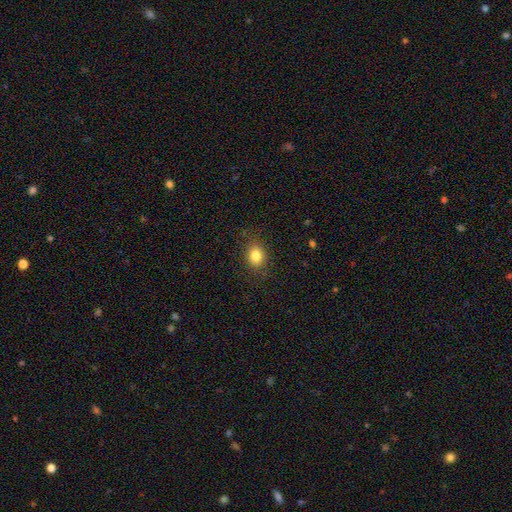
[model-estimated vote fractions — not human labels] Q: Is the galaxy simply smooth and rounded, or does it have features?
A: smooth — 82%.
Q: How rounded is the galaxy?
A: round — 53%.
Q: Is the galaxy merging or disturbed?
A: none — 85%.